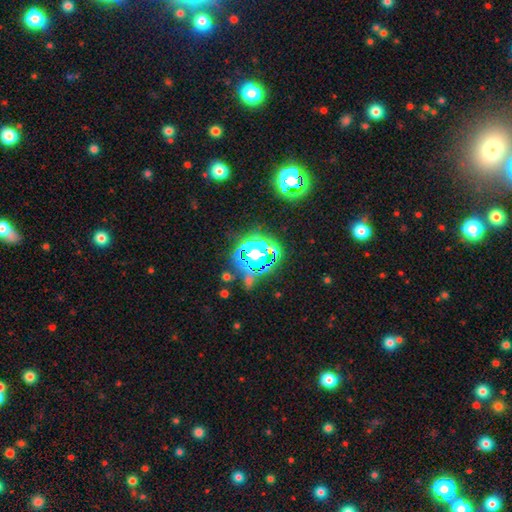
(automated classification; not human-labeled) Smooth or featured?
  - star or artifact: 60% *
  - smooth: 25%
  - featured or disk: 14%